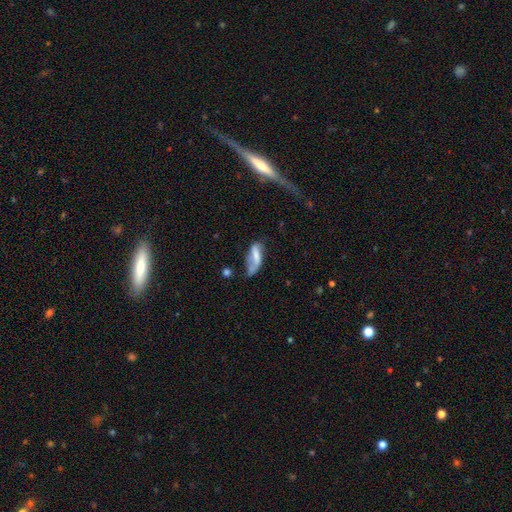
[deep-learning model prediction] smooth 52%, featured or disk 39%, star or artifact 8%. Down the decision tree: how rounded — in between (67%); merging — minor disturbance (33%).